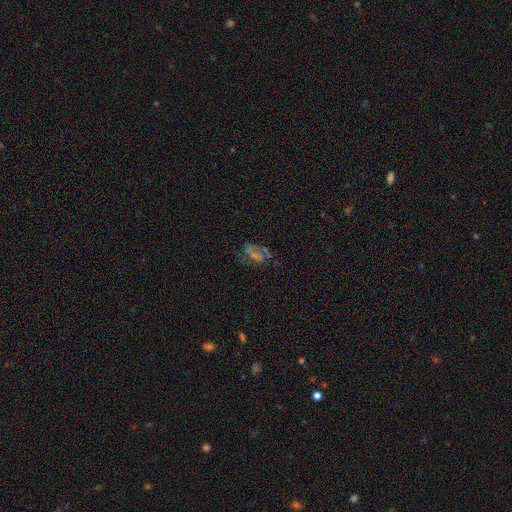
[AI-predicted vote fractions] smooth-or-featured: featured or disk: 51% | star or artifact: 28% | smooth: 20%
  disk-edge-on: no: 95% | yes: 5%
  merging: none: 54% | major disturbance: 23% | minor disturbance: 18% | merger: 5%